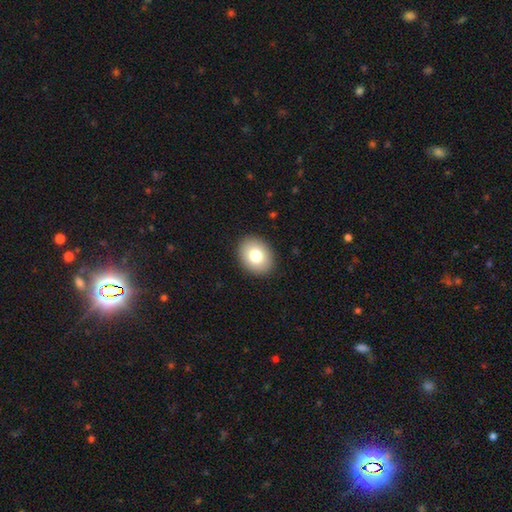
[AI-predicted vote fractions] This appears to be a smooth galaxy with no disk features (81%) that is in between round and cigar-shaped (54%). Merging: none (91%).